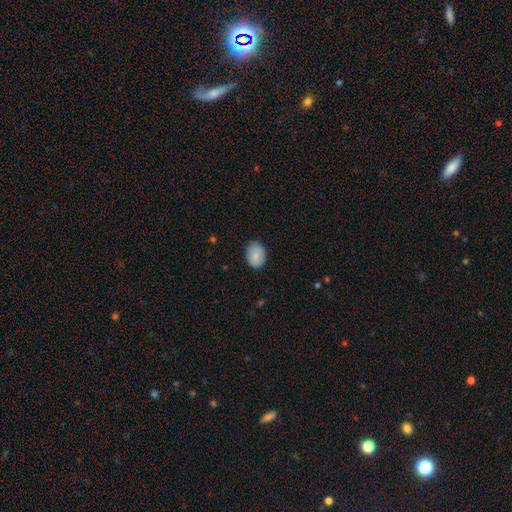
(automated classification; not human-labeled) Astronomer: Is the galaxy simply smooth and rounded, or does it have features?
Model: smooth — 85%.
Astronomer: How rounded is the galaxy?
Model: in between — 73%.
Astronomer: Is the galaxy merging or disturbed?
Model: none — 76%.